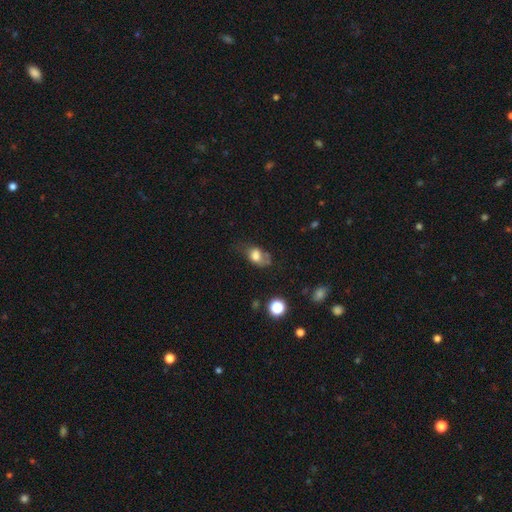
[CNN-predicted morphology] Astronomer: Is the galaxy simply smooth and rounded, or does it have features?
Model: smooth — 70%.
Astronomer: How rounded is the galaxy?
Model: in between — 75%.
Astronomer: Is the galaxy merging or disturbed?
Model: none — 37% (runner-up: minor disturbance, 30%).